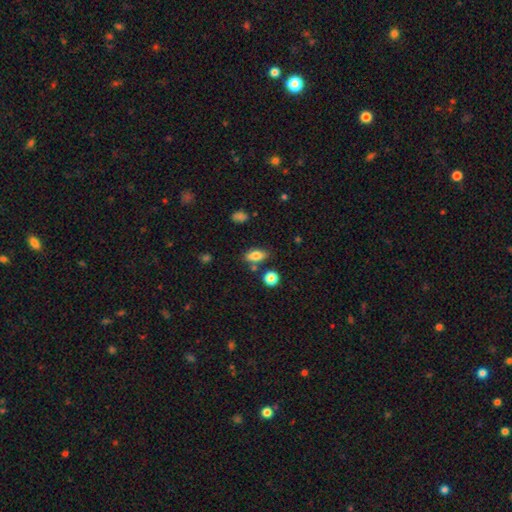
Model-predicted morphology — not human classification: A smooth galaxy with no disk features (79%) that is in between round and cigar-shaped (83%).

Vote fractions:
- Smooth or featured? smooth: 79% / featured or disk: 12% / star or artifact: 9%
- How rounded? in between: 83% / cigar-shaped: 9% / round: 8%
- Merging? none: 77% / minor disturbance: 12% / merger: 8% / major disturbance: 3%